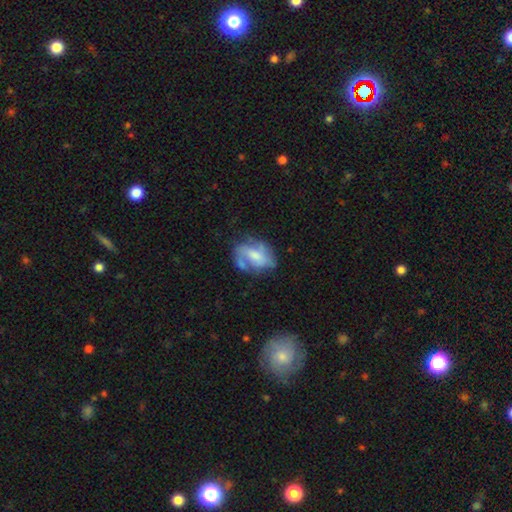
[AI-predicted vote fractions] smooth-or-featured: featured or disk: 54% | smooth: 38% | star or artifact: 8%
  disk-edge-on: no: 95% | yes: 5%
    bar: no: 50% | weak: 35% | strong: 15%
    has-spiral-arms: yes: 56% | no: 44%
    bulge-size: moderate: 41% | small: 28% | large: 15% | none: 14% | dominant: 2%
  merging: none: 45% | minor disturbance: 27% | major disturbance: 18% | merger: 10%